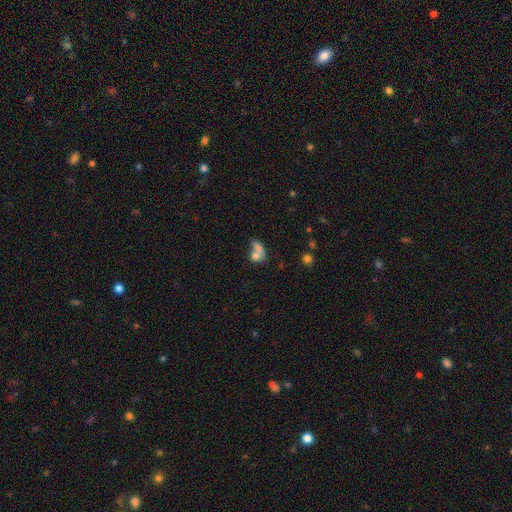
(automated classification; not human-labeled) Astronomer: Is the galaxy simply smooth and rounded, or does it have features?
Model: smooth — 71%.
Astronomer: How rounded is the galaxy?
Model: in between — 57% (runner-up: round, 38%).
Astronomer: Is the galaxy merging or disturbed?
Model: merger — 54%.